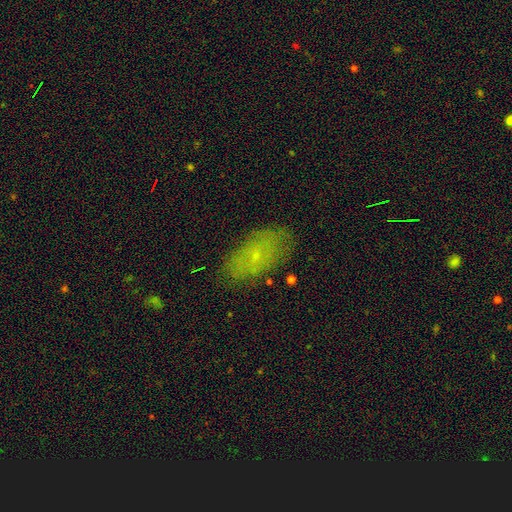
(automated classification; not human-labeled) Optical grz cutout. It shows a smooth galaxy with no disk features (58%) that is in between round and cigar-shaped (89%). Merging: none (81%).